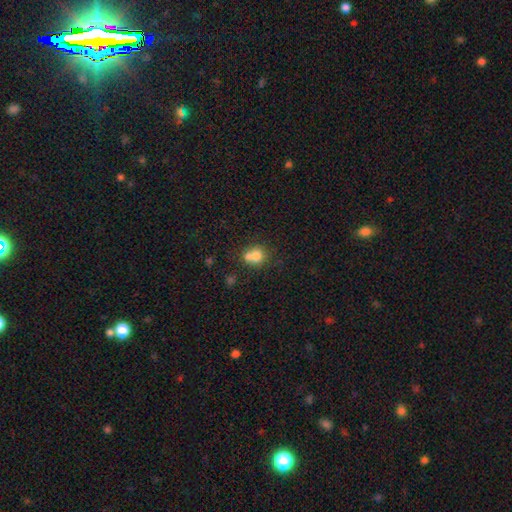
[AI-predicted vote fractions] The model was most divided on "merging": merger: 50%, none: 37%, minor disturbance: 9%, major disturbance: 4%. More confident: how rounded — round (78%); smooth or featured — smooth (73%).